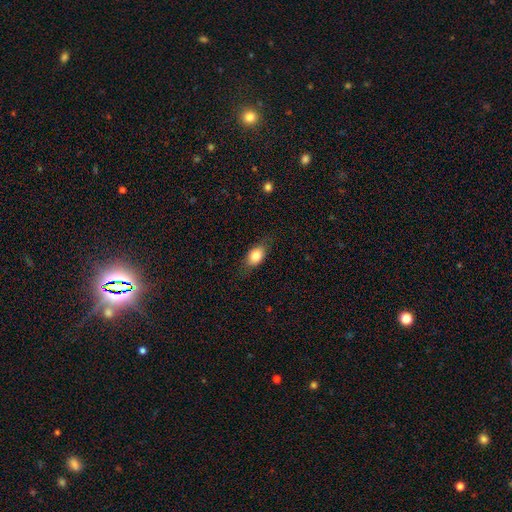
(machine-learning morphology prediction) smooth-or-featured: smooth: 80% | featured or disk: 13% | star or artifact: 8%
  how-rounded: in between: 81% | round: 15% | cigar-shaped: 5%
  merging: none: 78% | minor disturbance: 16% | major disturbance: 5% | merger: 1%